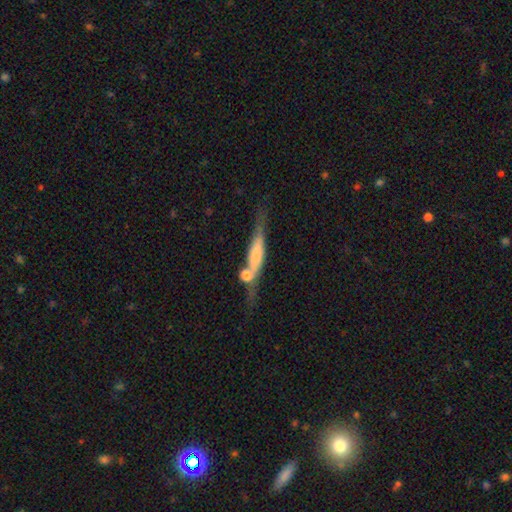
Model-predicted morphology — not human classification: The model was most divided on "smooth or featured": featured or disk: 50%, smooth: 43%, star or artifact: 7%. More confident: edge-on disk — yes (87%); merging — none (51%).